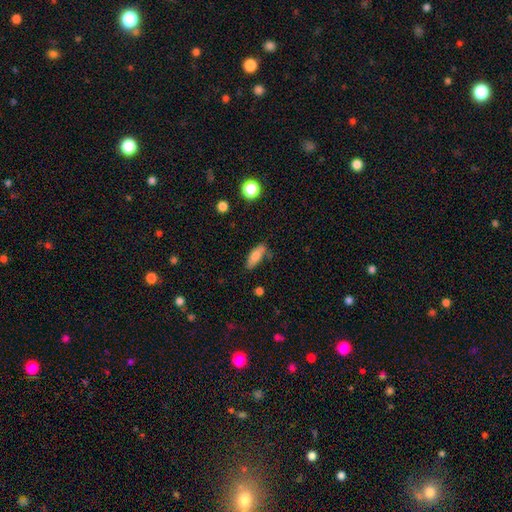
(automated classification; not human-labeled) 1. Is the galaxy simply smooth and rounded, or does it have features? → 76% smooth, 17% featured or disk, 7% star or artifact.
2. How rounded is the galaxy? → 65% in between, 32% cigar-shaped, 3% round.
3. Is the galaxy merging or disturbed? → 71% none, 19% minor disturbance, 6% merger, 4% major disturbance.